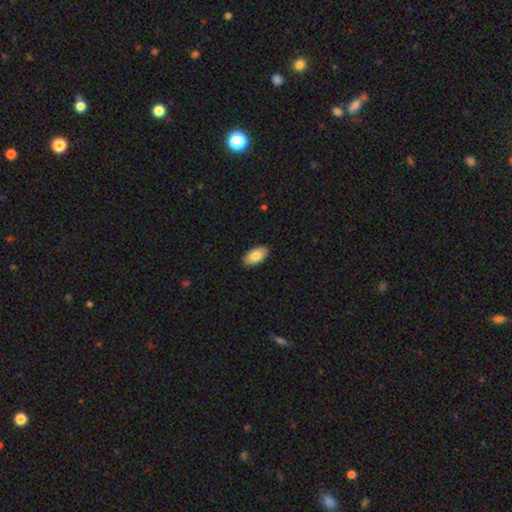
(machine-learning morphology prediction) Smooth or featured? Predicted: smooth (p=0.83). How rounded? Predicted: in between (p=0.95). Merging? Predicted: none (p=0.89).